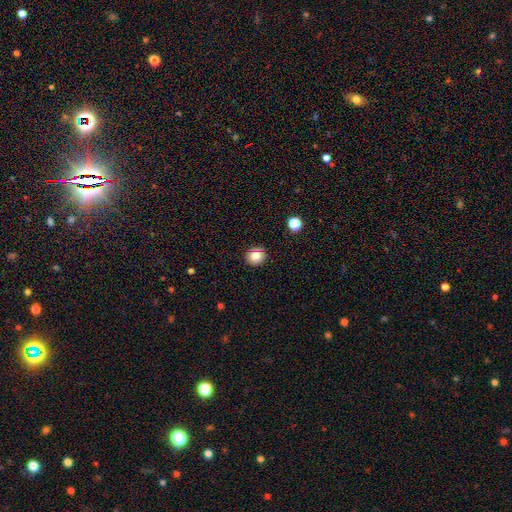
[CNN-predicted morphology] Q: Smooth or featured?
A: smooth (81%); runner-up: star or artifact (11%)
Q: How rounded?
A: round (81%); runner-up: in between (18%)
Q: Merging?
A: none (90%); runner-up: minor disturbance (7%)